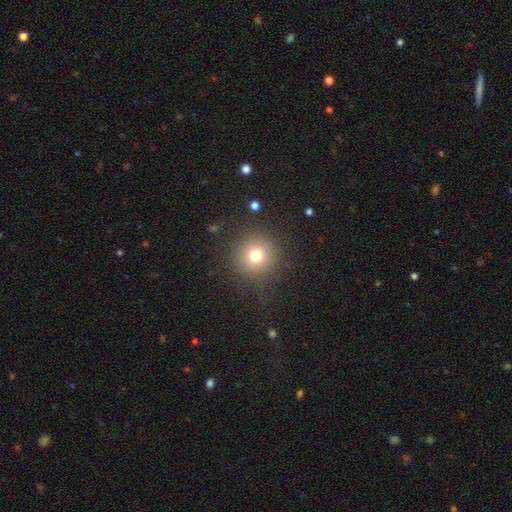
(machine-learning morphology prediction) This is likely a smooth galaxy (74%). How rounded: clearly round (95%). Merging: clearly none (88%).